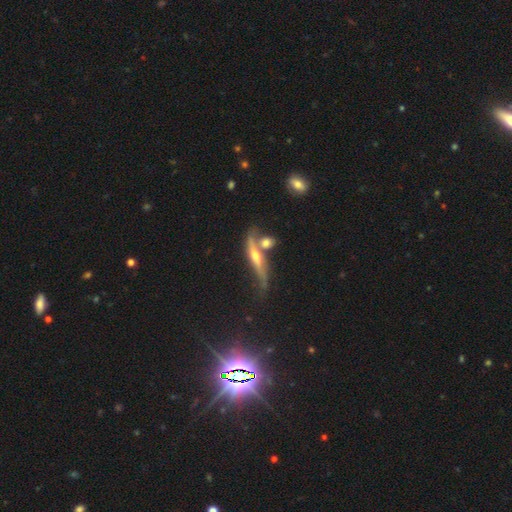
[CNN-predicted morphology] type=featured or disk (67%); edge-on=yes (83%); edge-on bulge=rounded (87%); merging=none (46%).